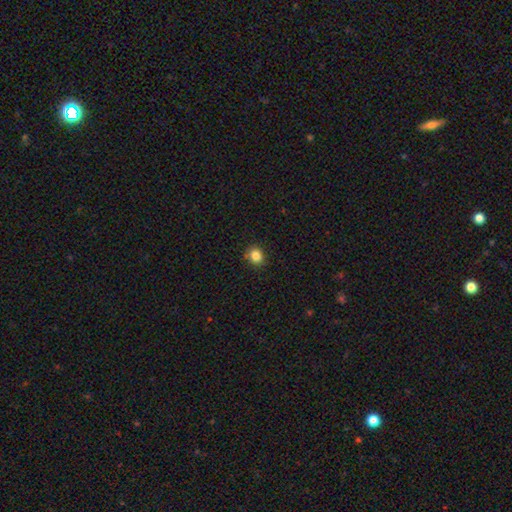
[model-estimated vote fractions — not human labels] This is clearly a smooth galaxy (84%). How rounded: likely round (72%). Merging: clearly none (85%).